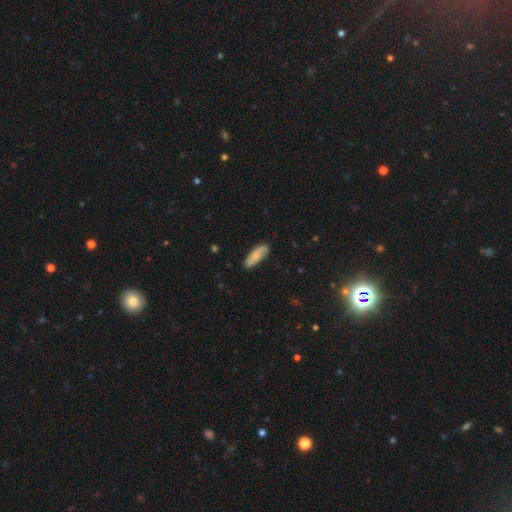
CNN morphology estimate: type=smooth (74%); roundness=in between (62%); merging=none (81%).